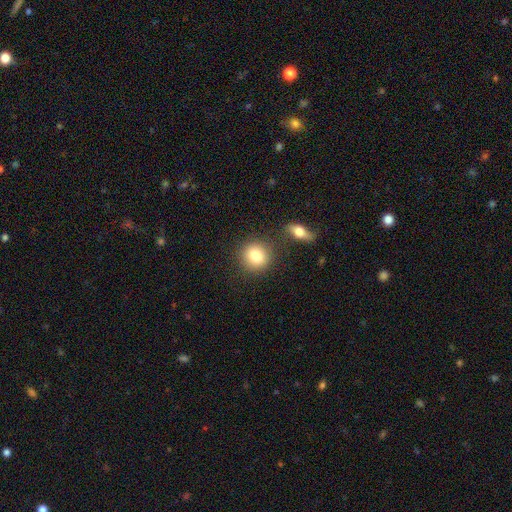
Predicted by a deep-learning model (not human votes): Overall: smooth (82%). How rounded: round (85%). Merging: none (78%).